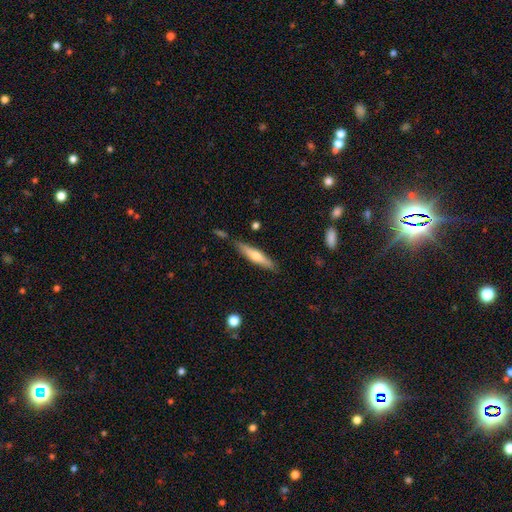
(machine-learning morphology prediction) Smooth or featured: smooth — 49% (featured or disk — 45%)
Merging: none — 81% (minor disturbance — 13%)